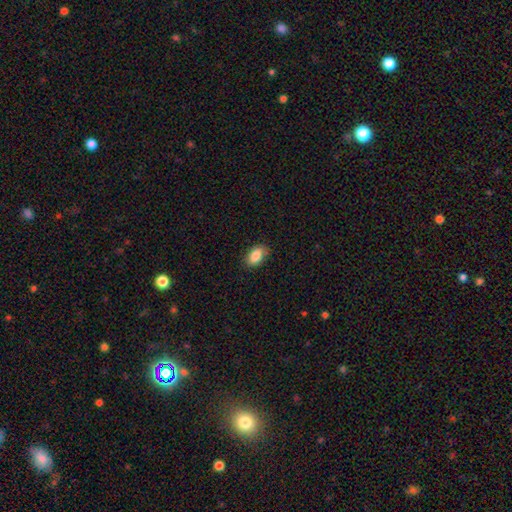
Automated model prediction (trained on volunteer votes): smooth 86%, star or artifact 7%, featured or disk 7%. Down the decision tree: how rounded — in between (91%); merging — none (81%).